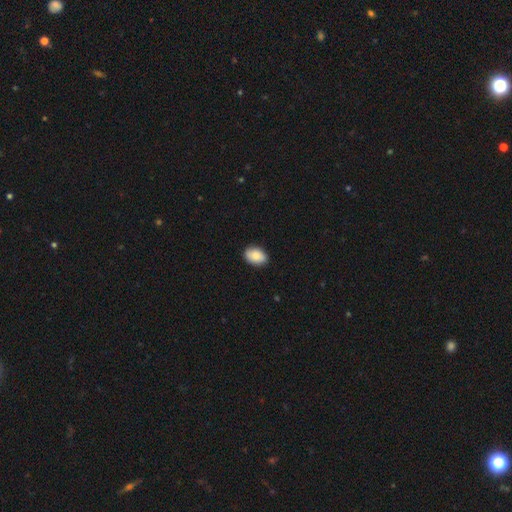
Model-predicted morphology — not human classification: smooth-or-featured: smooth: 84% | featured or disk: 9% | star or artifact: 7%
  how-rounded: in between: 81% | round: 18% | cigar-shaped: 1%
  merging: none: 85% | minor disturbance: 12% | major disturbance: 2% | merger: 1%